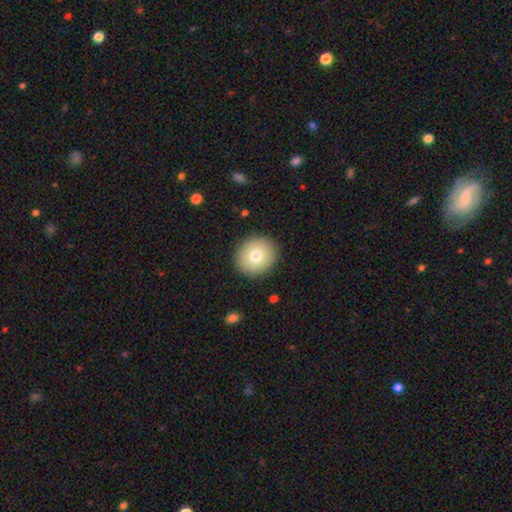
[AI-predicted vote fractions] Q: Smooth or featured?
A: smooth (76%); runner-up: featured or disk (16%)
Q: How rounded?
A: round (87%); runner-up: in between (13%)
Q: Merging?
A: none (91%); runner-up: minor disturbance (6%)